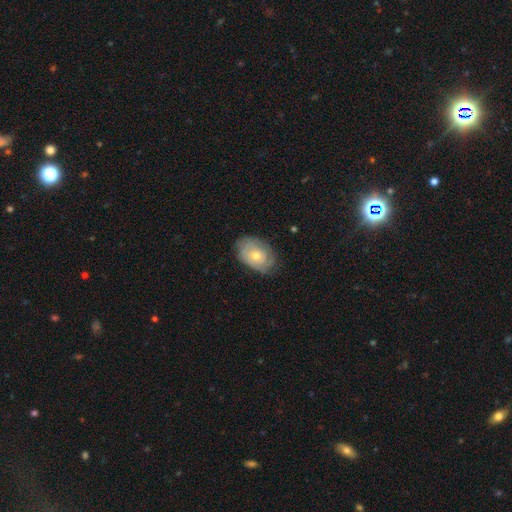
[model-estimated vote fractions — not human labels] smooth-or-featured: featured or disk: 48% | smooth: 46% | star or artifact: 7%
  merging: none: 70% | minor disturbance: 23% | major disturbance: 6% | merger: 1%